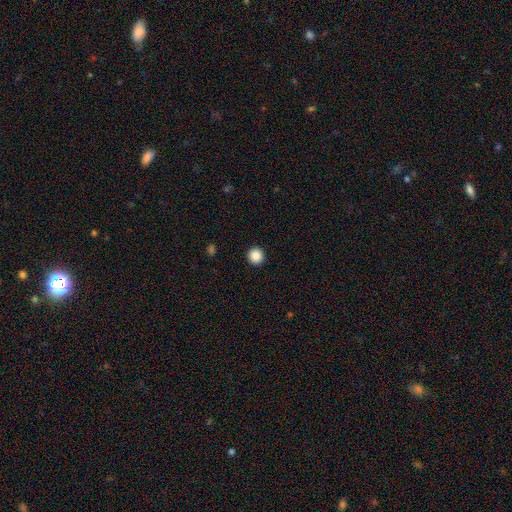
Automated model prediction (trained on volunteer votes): Smooth or featured: smooth — 88% (star or artifact — 9%)
How rounded: round — 95% (in between — 4%)
Merging: none — 94% (minor disturbance — 4%)